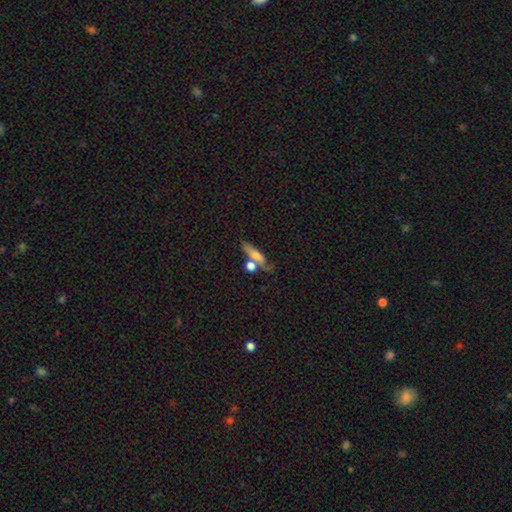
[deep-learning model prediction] This is likely a smooth galaxy (62%). How rounded: likely cigar-shaped (64%). Merging: possibly none (55%).